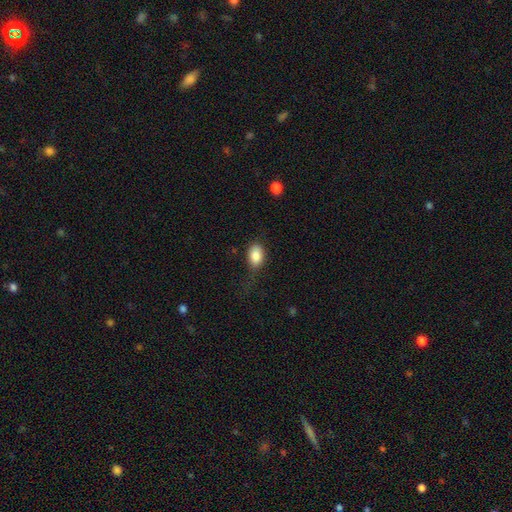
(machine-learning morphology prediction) Smooth or featured: smooth — 86% (star or artifact — 8%)
How rounded: in between — 86% (round — 13%)
Merging: none — 59% (minor disturbance — 26%)